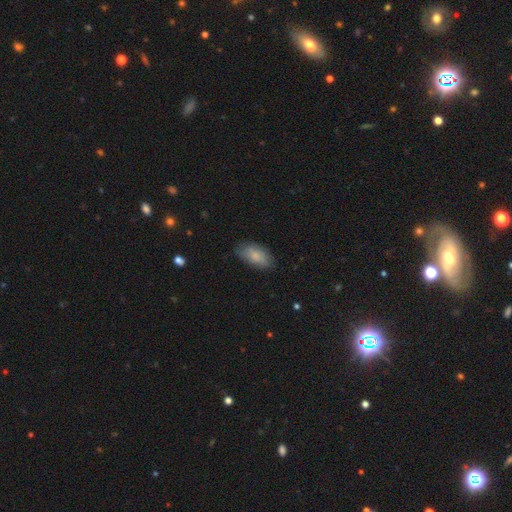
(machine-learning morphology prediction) smooth 80%, featured or disk 13%, star or artifact 6%. Down the decision tree: how rounded — in between (92%); merging — none (75%).